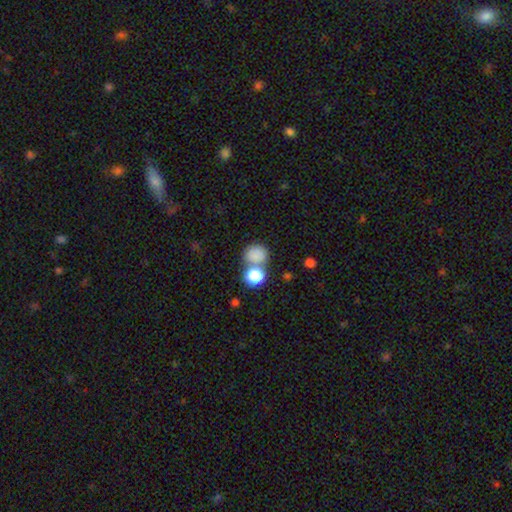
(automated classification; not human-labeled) smooth_or_featured: smooth (p=0.80) [alt: star or artifact p=0.13]
how_rounded: round (p=0.77) [alt: in between p=0.22]
merging: none (p=0.52) [alt: merger p=0.33]